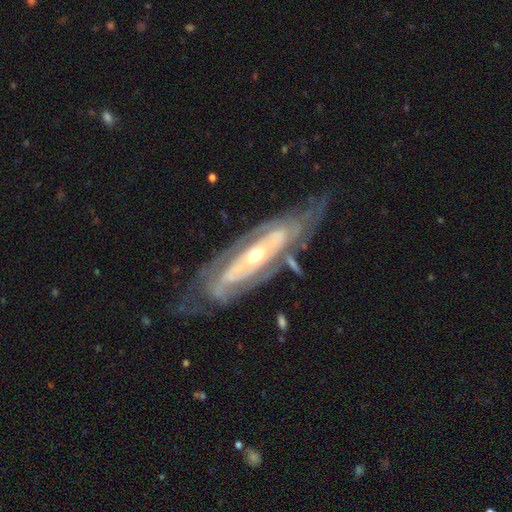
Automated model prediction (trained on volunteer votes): Overall: featured or disk (85%). Edge-on disk: no (83%). Bar: no (67%). Spiral arms: yes (80%). Spiral arm count: can't tell (43%; 2 38%). Spiral winding: tight (67%). Bulge size: moderate (54%; small 39%). Merging: none (64%).